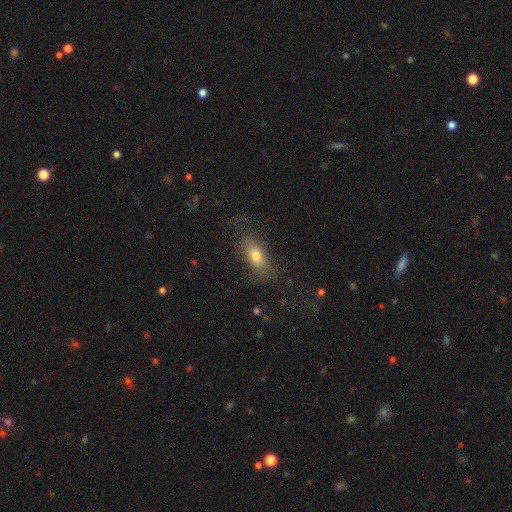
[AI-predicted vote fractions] smooth-or-featured: smooth: 73% | featured or disk: 18% | star or artifact: 9%
  how-rounded: in between: 80% | cigar-shaped: 15% | round: 5%
  merging: none: 69% | minor disturbance: 20% | major disturbance: 10% | merger: 2%